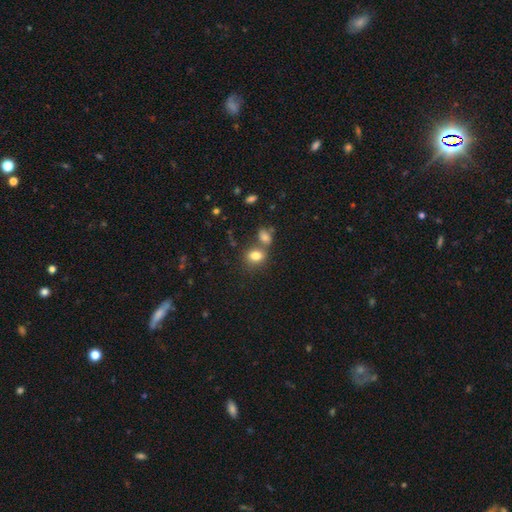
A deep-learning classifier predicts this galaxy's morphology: A smooth galaxy with no disk features (81%) that is in between round and cigar-shaped (57%). Merging: none (50%).